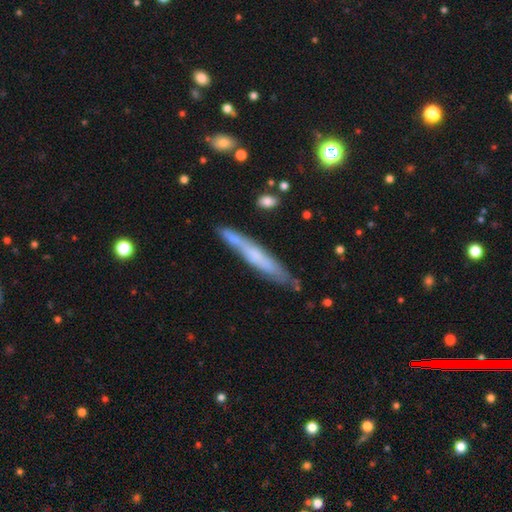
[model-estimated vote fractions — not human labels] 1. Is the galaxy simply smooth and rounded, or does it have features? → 47% smooth, 45% featured or disk, 7% star or artifact.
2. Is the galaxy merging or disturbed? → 73% none, 18% minor disturbance, 5% merger, 4% major disturbance.